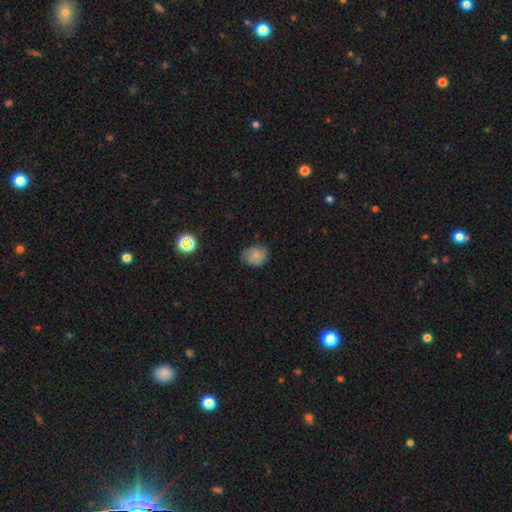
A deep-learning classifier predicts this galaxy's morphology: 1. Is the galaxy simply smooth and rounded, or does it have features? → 75% smooth, 14% featured or disk, 10% star or artifact.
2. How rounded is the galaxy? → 54% round, 45% in between, 1% cigar-shaped.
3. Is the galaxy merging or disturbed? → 70% none, 24% minor disturbance, 5% major disturbance, 1% merger.